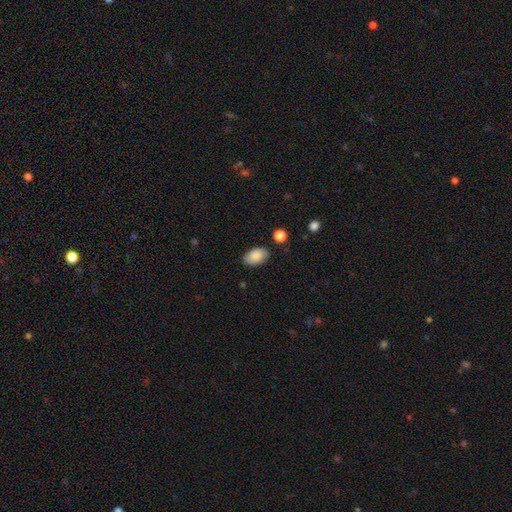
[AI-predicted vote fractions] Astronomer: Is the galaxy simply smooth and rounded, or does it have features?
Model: smooth — 88%.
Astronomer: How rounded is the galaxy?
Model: in between — 92%.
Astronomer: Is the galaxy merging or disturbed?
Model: none — 82%.